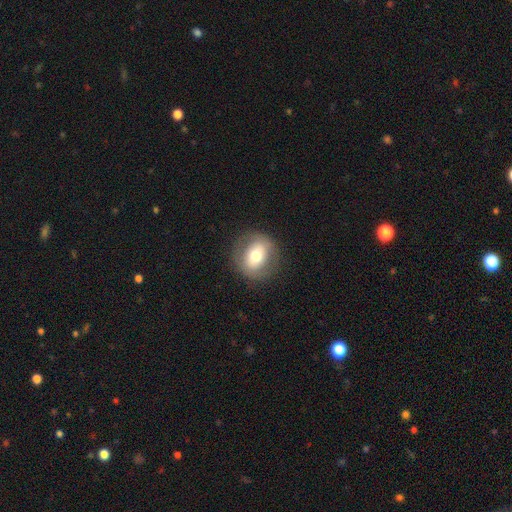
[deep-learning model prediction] A smooth galaxy with no disk features (61%) that is round (66%).

Vote fractions:
- Smooth or featured? smooth: 61% / featured or disk: 31% / star or artifact: 8%
- How rounded? round: 66% / in between: 33% / cigar-shaped: 1%
- Merging? none: 83% / minor disturbance: 11% / major disturbance: 5% / merger: 1%